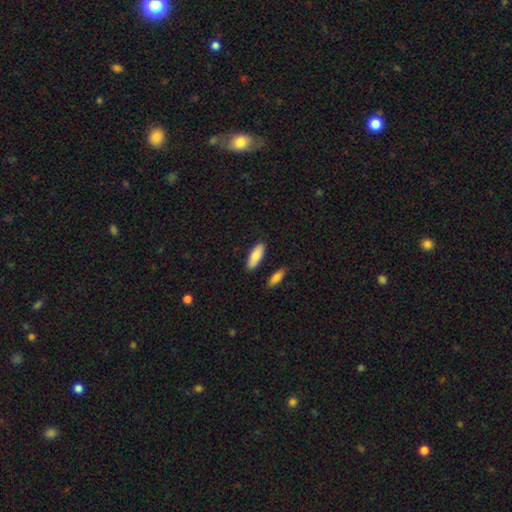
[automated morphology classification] A smooth galaxy with no disk features (83%) that is in between round and cigar-shaped (67%).

Vote fractions:
- Smooth or featured? smooth: 83% / featured or disk: 12% / star or artifact: 6%
- How rounded? in between: 67% / cigar-shaped: 31% / round: 2%
- Merging? none: 84% / minor disturbance: 10% / merger: 4% / major disturbance: 2%